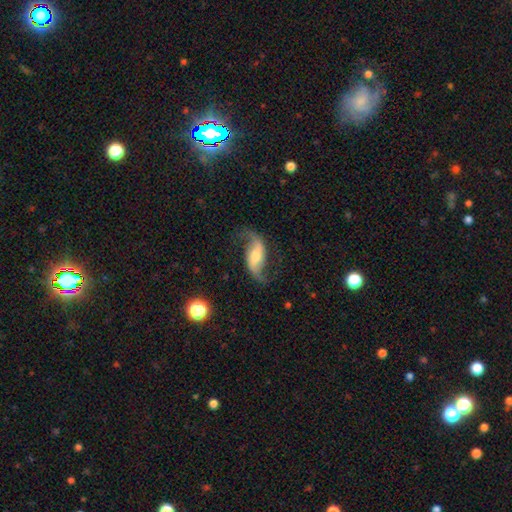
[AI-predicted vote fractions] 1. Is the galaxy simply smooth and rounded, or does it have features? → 85% featured or disk, 9% smooth, 6% star or artifact.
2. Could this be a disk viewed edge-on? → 95% no, 5% yes.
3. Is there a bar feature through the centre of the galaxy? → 41% weak, 31% no, 29% strong.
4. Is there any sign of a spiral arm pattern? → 96% yes, 4% no.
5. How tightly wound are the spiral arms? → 84% loose, 13% medium, 3% tight.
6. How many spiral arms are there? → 93% 2, 2% 1, 2% can't tell, 1% 3, 1% 4, 1% more than 4.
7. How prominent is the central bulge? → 52% moderate, 32% small, 10% large, 5% none, 2% dominant.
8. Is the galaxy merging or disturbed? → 76% none, 14% minor disturbance, 9% major disturbance, 2% merger.